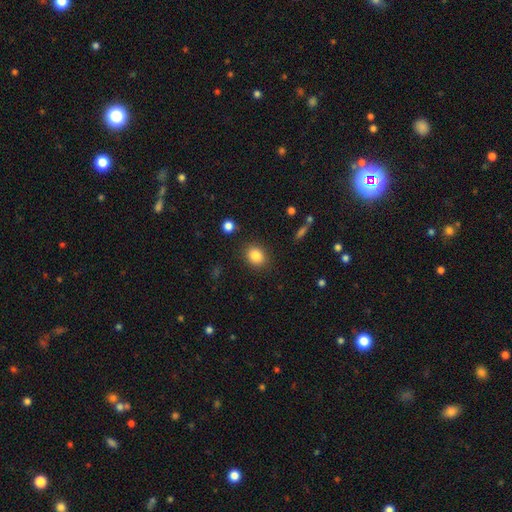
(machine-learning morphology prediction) smooth_or_featured: smooth (p=0.85) [alt: star or artifact p=0.09]
how_rounded: round (p=0.59) [alt: in between p=0.40]
merging: none (p=0.88) [alt: minor disturbance p=0.08]